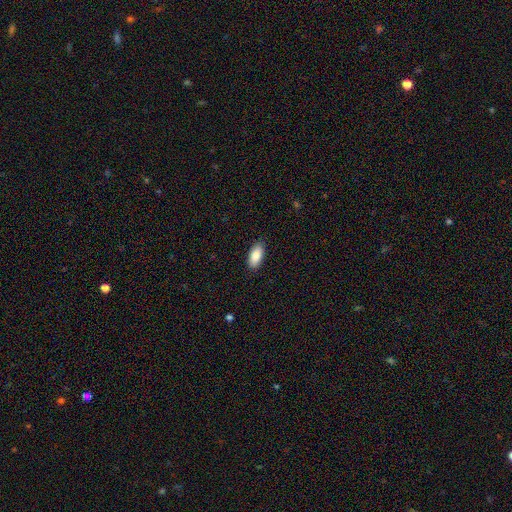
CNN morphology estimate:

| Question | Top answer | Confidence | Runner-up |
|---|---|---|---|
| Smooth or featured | smooth | 88% | star or artifact (6%) |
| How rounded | in between | 89% | cigar-shaped (9%) |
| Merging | none | 88% | minor disturbance (9%) |